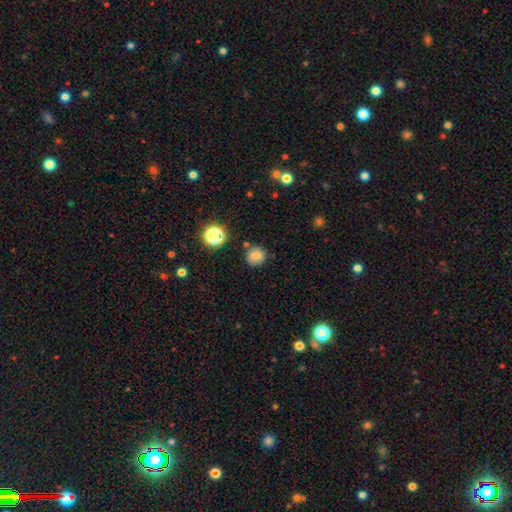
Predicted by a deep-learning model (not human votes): Smooth or featured? Predicted: smooth (p=0.79). How rounded? Predicted: round (p=0.88). Merging? Predicted: none (p=0.80).